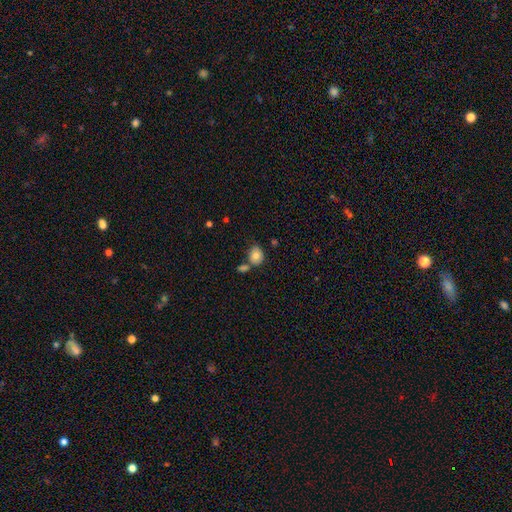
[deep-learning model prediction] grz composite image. It shows a smooth galaxy with no disk features (79%) that is round (51%). Merging: none (60%).